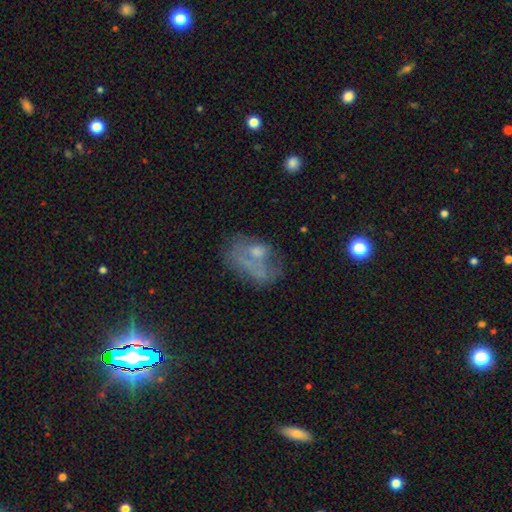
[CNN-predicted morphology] Overall: featured or disk (42%; smooth 37%). Merging: none (33%; major disturbance 31%).